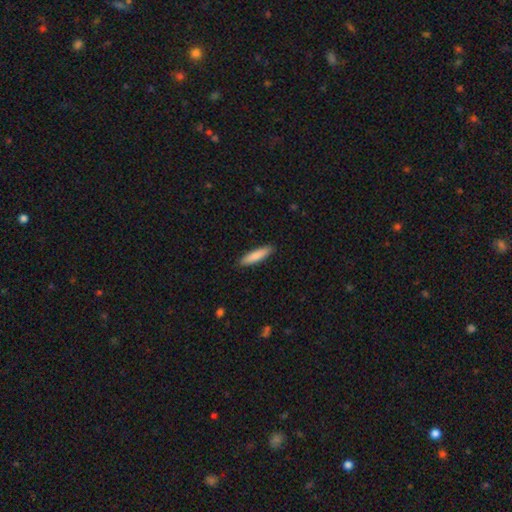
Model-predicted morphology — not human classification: Smooth or featured?
  - smooth: 85% *
  - featured or disk: 9%
  - star or artifact: 5%
How rounded?
  - cigar-shaped: 80% *
  - in between: 19%
  - round: 1%
Merging?
  - none: 90% *
  - minor disturbance: 8%
  - major disturbance: 2%
  - merger: 1%